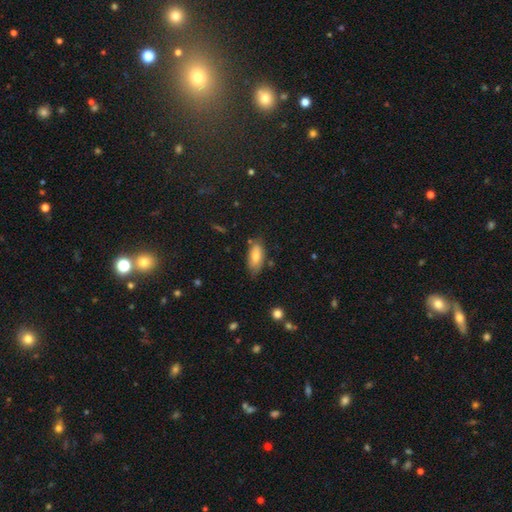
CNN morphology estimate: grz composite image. It shows a smooth galaxy with no disk features (74%) that is in between round and cigar-shaped (87%). Merging: none (68%).